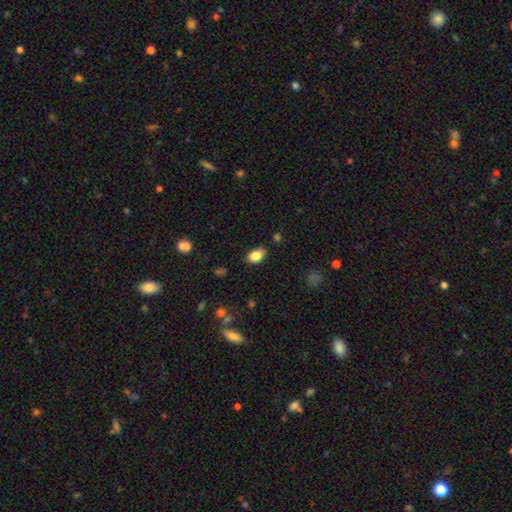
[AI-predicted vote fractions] This is clearly a smooth galaxy (85%). How rounded: clearly in between (84%). Merging: likely none (78%).